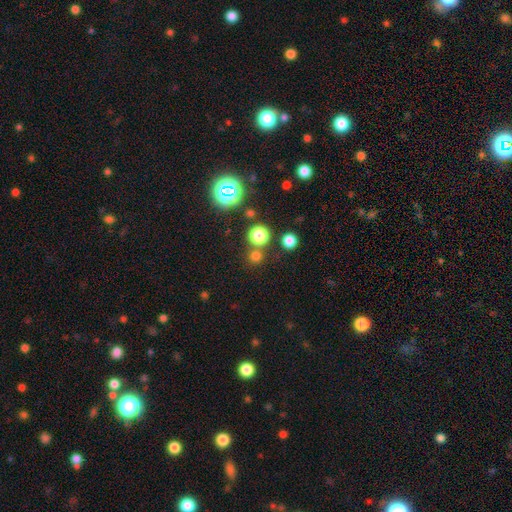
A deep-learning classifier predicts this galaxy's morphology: Smooth or featured? Predicted: smooth (p=0.67). How rounded? Predicted: round (p=0.92). Merging? Predicted: none (p=0.74).